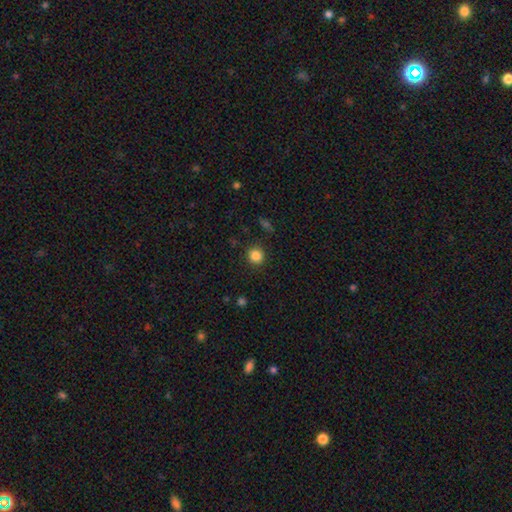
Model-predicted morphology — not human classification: The model was most divided on "smooth or featured": smooth: 85%, star or artifact: 11%, featured or disk: 4%. More confident: how rounded — round (92%); merging — none (90%).